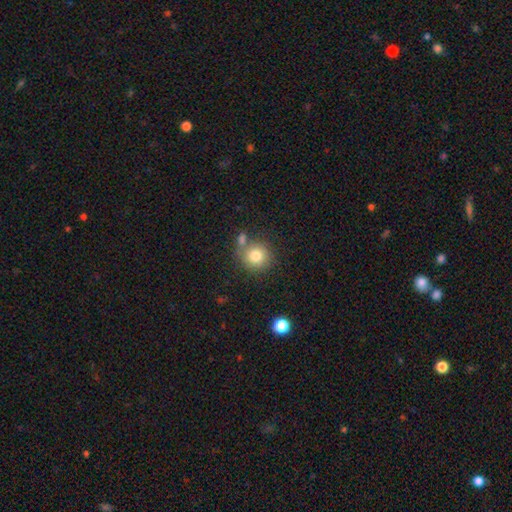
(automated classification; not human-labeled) Smooth or featured?
  - smooth: 79% *
  - star or artifact: 10%
  - featured or disk: 10%
How rounded?
  - round: 90% *
  - in between: 9%
  - cigar-shaped: 1%
Merging?
  - none: 67% *
  - merger: 17%
  - minor disturbance: 12%
  - major disturbance: 4%